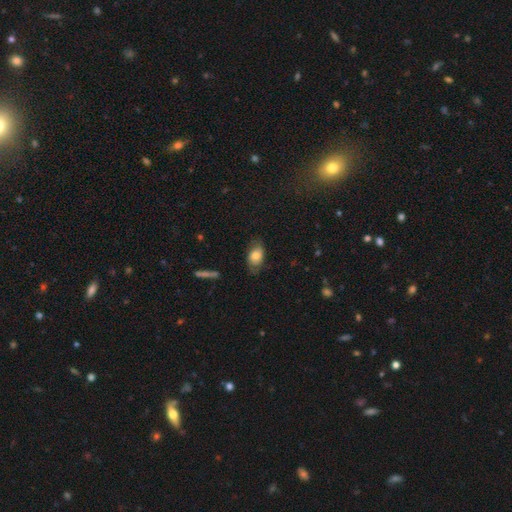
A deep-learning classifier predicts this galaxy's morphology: smooth_or_featured: smooth (p=0.63) [alt: featured or disk p=0.29]
how_rounded: in between (p=0.85) [alt: round p=0.13]
merging: none (p=0.64) [alt: minor disturbance p=0.25]